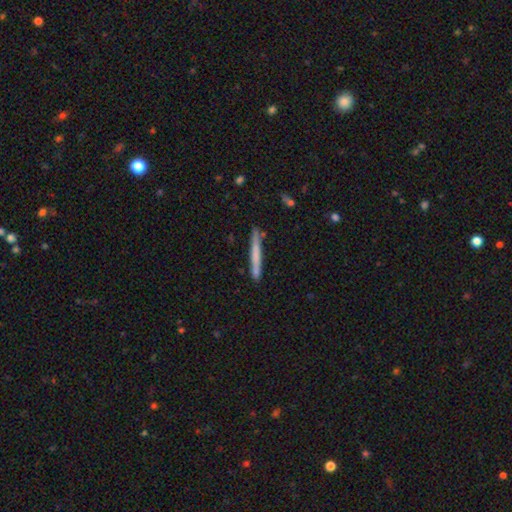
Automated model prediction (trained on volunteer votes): This appears to be a smooth galaxy with no disk features (63%) that is cigar-shaped (97%). Merging: none (86%).